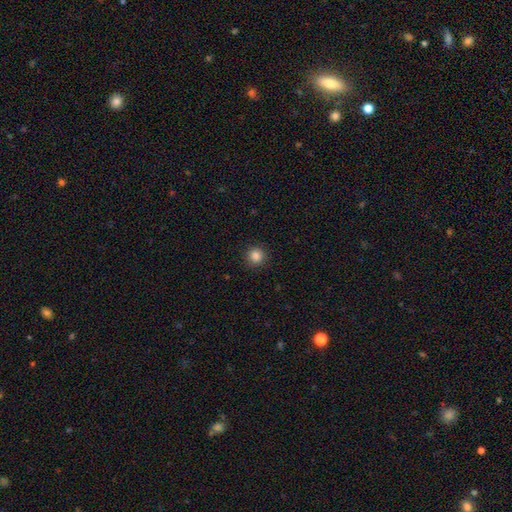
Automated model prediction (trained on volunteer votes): A smooth galaxy with no disk features (86%) that is round (94%). Merging: none (91%).